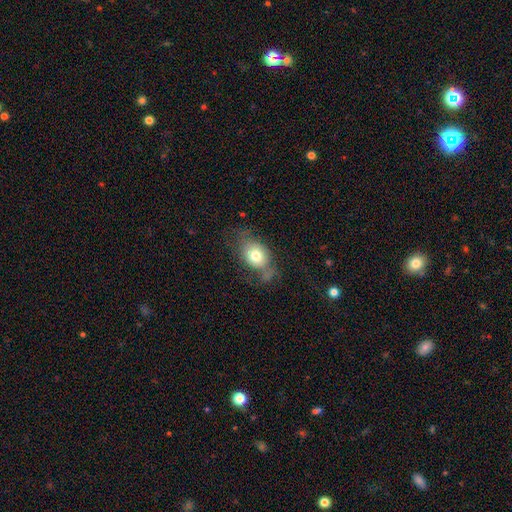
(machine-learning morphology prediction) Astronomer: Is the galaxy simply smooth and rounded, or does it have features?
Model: smooth — 71%.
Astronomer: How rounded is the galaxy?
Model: in between — 67%.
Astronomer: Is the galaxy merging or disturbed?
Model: none — 45% (runner-up: minor disturbance, 29%).